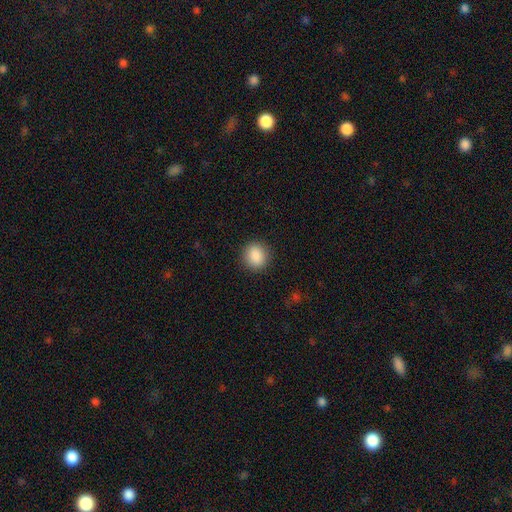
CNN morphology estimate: smooth_or_featured: smooth (p=0.88) [alt: star or artifact p=0.08]
how_rounded: round (p=0.83) [alt: in between p=0.16]
merging: none (p=0.90) [alt: minor disturbance p=0.07]